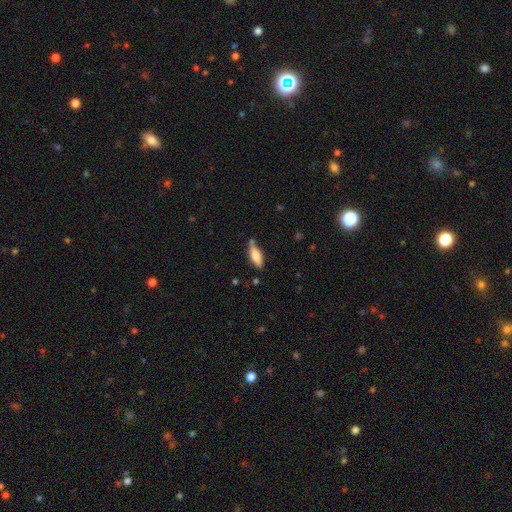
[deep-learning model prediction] Q: Smooth or featured?
A: smooth (77%); runner-up: featured or disk (17%)
Q: How rounded?
A: in between (61%); runner-up: cigar-shaped (37%)
Q: Merging?
A: none (71%); runner-up: minor disturbance (19%)